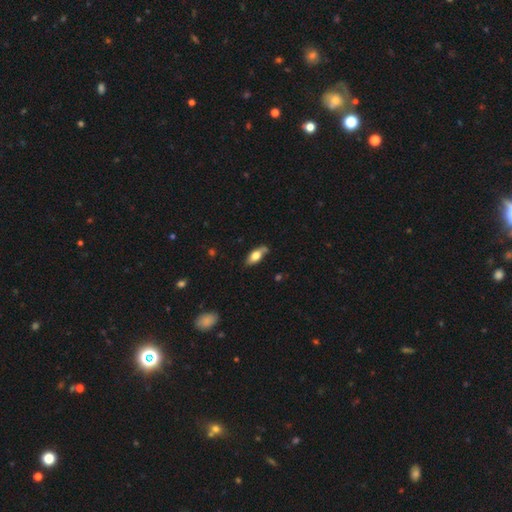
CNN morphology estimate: smooth_or_featured: smooth (p=0.66) [alt: featured or disk p=0.27]
how_rounded: in between (p=0.78) [alt: cigar-shaped p=0.19]
merging: none (p=0.72) [alt: minor disturbance p=0.20]